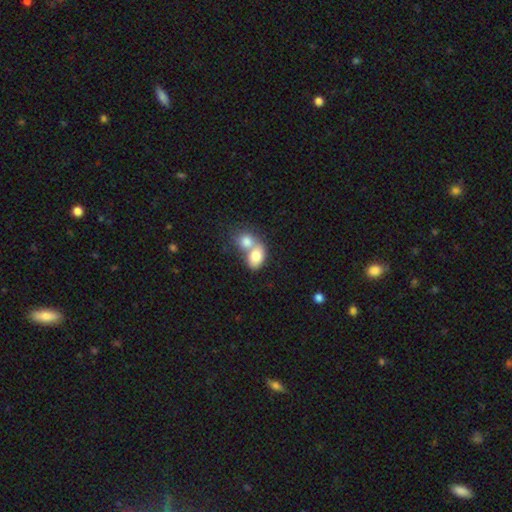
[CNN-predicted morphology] Overall: smooth (77%). How rounded: in between (68%; round 31%). Merging: merger (73%).